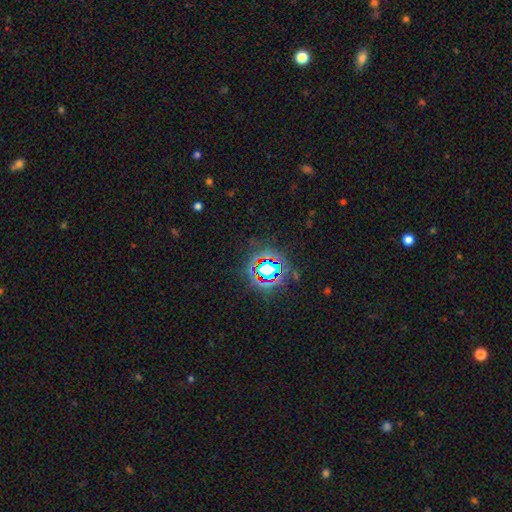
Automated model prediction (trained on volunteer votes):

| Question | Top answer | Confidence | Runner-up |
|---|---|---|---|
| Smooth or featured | star or artifact | 81% | smooth (11%) |